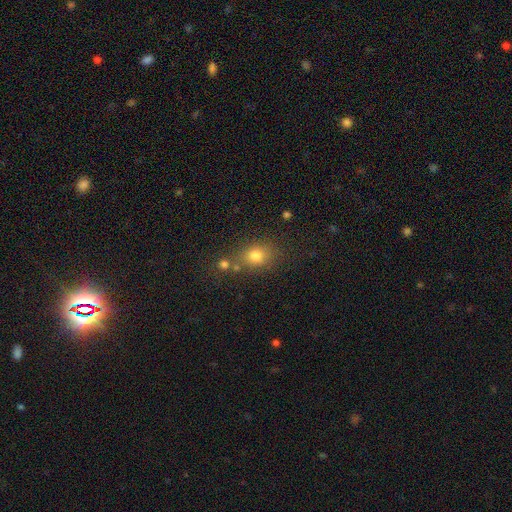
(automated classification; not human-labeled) Q: Smooth or featured?
A: smooth (75%); runner-up: star or artifact (15%)
Q: How rounded?
A: round (55%); runner-up: in between (43%)
Q: Merging?
A: none (64%); runner-up: merger (17%)